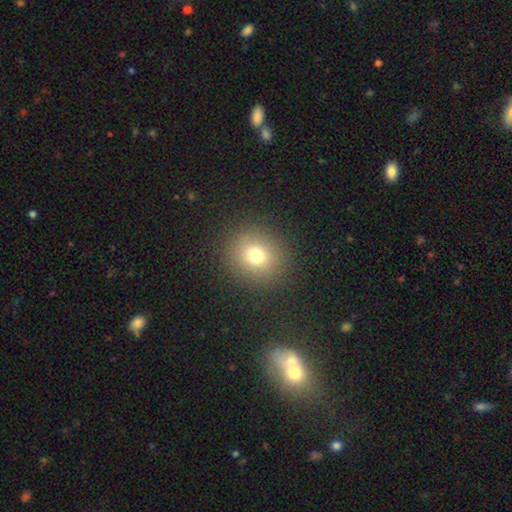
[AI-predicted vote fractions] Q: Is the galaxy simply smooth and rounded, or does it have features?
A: smooth — 74%.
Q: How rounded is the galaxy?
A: round — 87%.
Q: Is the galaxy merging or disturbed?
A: none — 88%.